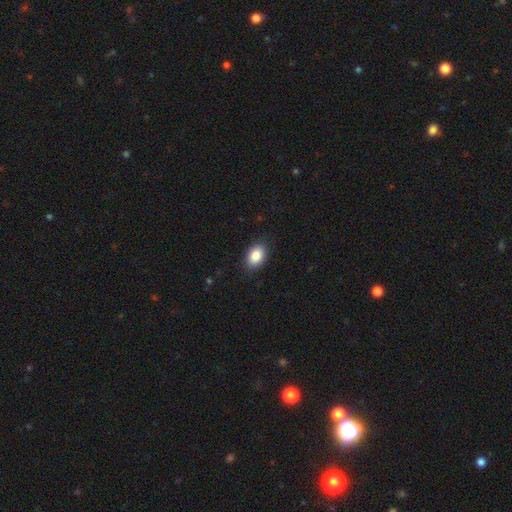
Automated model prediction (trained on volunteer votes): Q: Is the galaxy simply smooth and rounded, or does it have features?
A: smooth — 87%.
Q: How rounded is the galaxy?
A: in between — 86%.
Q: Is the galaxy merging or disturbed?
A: none — 86%.